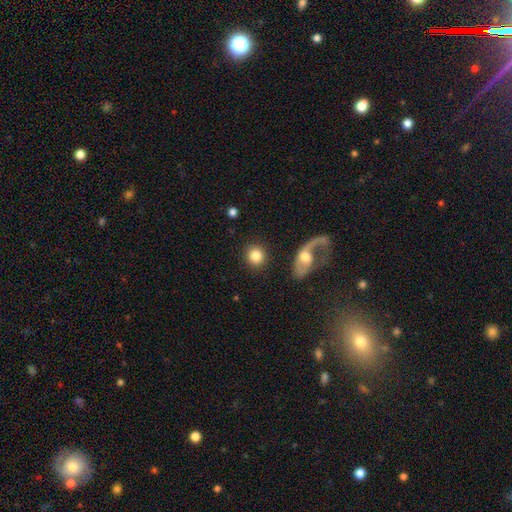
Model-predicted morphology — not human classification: Smooth or featured: smooth — 81% (featured or disk — 11%)
How rounded: round — 89% (in between — 10%)
Merging: none — 86% (minor disturbance — 6%)